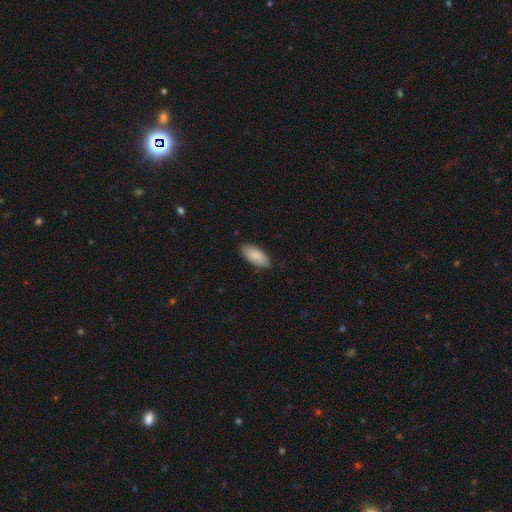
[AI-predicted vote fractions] Overall: smooth (89%). How rounded: in between (89%). Merging: none (85%).